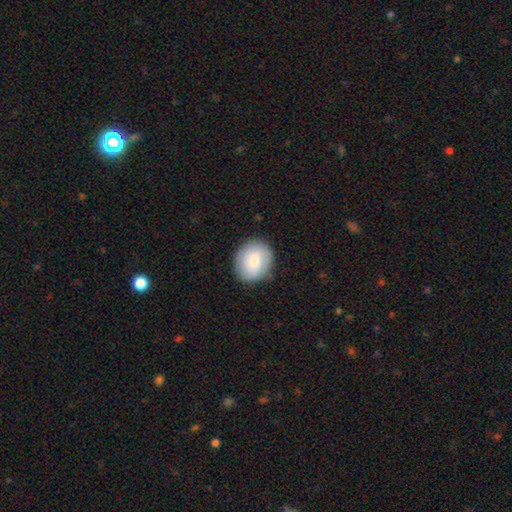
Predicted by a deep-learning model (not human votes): Smooth or featured? Predicted: smooth (p=0.77). How rounded? Predicted: round (p=0.76). Merging? Predicted: none (p=0.85).